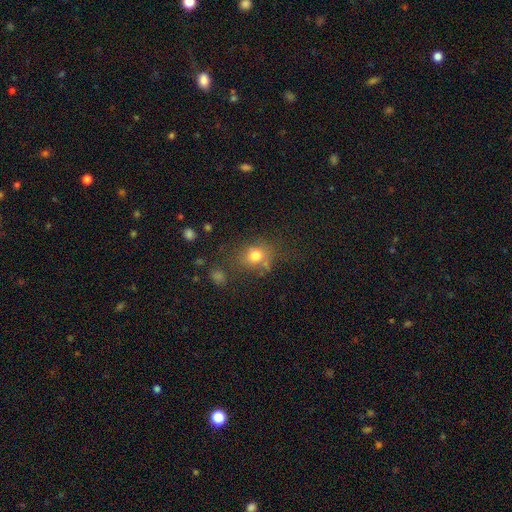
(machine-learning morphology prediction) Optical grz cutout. It shows a smooth galaxy with no disk features (75%) that is round (60%). Merging: none (64%).